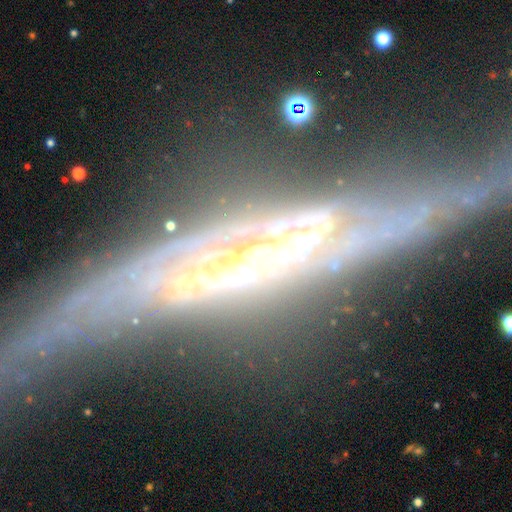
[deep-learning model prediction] featured or disk 74%, star or artifact 15%, smooth 11%. Down the decision tree: edge-on disk — yes (71%); edge-on bulge — none (46%); merging — none (57%).